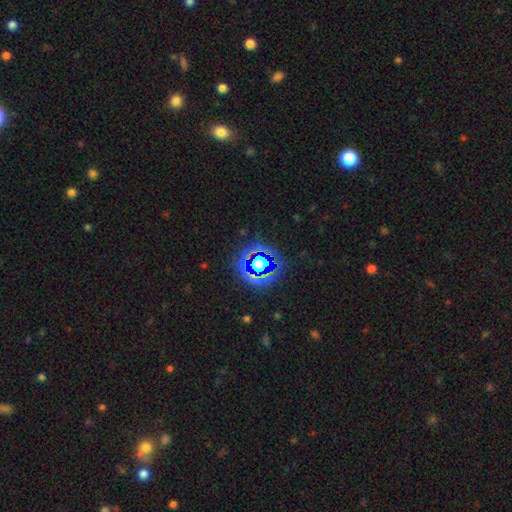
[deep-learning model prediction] Smooth or featured? Predicted: star or artifact (p=0.65).